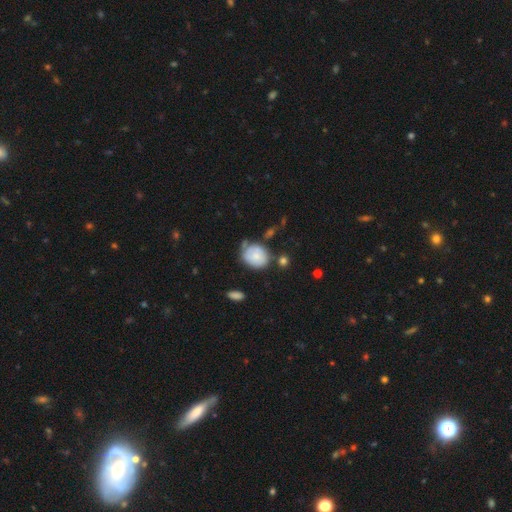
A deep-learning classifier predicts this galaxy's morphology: This appears to be a smooth galaxy with no disk features (64%) that is round (55%). Merging: none (51%).